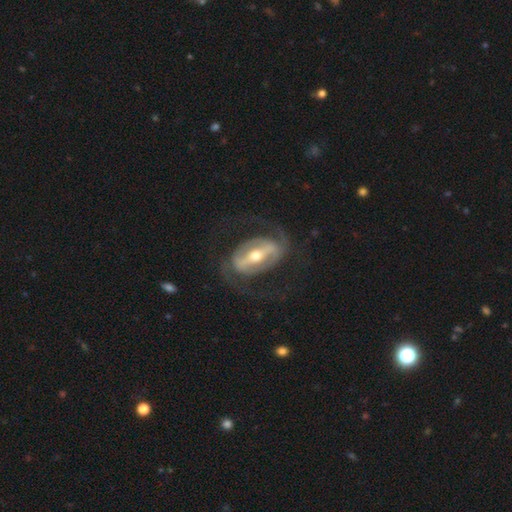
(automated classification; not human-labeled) Smooth or featured? Predicted: featured or disk (p=0.86). Edge-on disk? Predicted: no (p=0.91). Bar? Predicted: strong (p=0.75). Spiral arms? Predicted: yes (p=0.81). Spiral winding? Predicted: medium (p=0.47). Spiral arm count? Predicted: 2 (p=0.86). Bulge size? Predicted: moderate (p=0.60). Merging? Predicted: none (p=0.71).